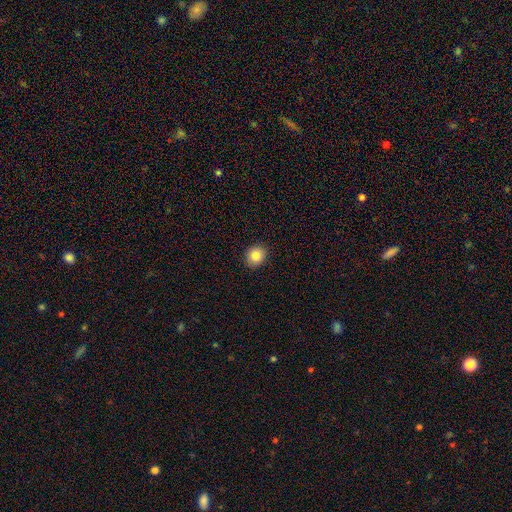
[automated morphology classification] Q: Smooth or featured?
A: smooth (85%); runner-up: star or artifact (9%)
Q: How rounded?
A: round (76%); runner-up: in between (23%)
Q: Merging?
A: none (90%); runner-up: minor disturbance (7%)